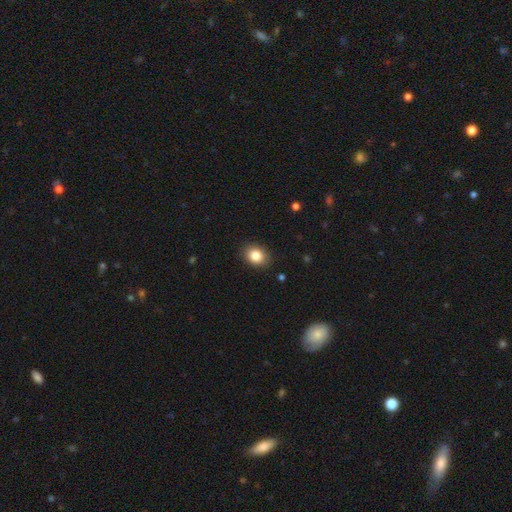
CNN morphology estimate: Smooth or featured? Predicted: smooth (p=0.85). How rounded? Predicted: in between (p=0.53). Merging? Predicted: none (p=0.88).